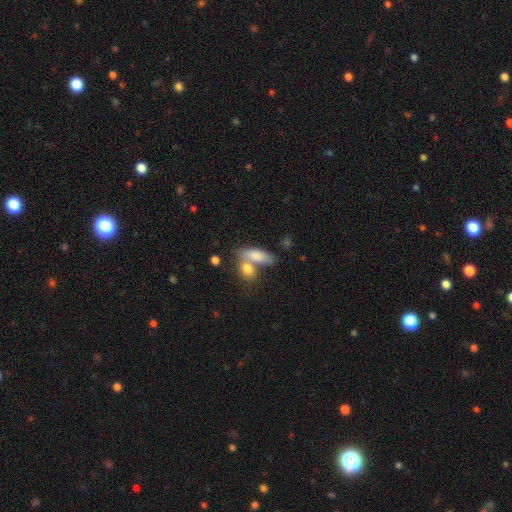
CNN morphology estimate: smooth-or-featured: smooth: 80% | featured or disk: 13% | star or artifact: 7%
  how-rounded: in between: 73% | cigar-shaped: 21% | round: 6%
  merging: merger: 45% | none: 38% | minor disturbance: 11% | major disturbance: 5%